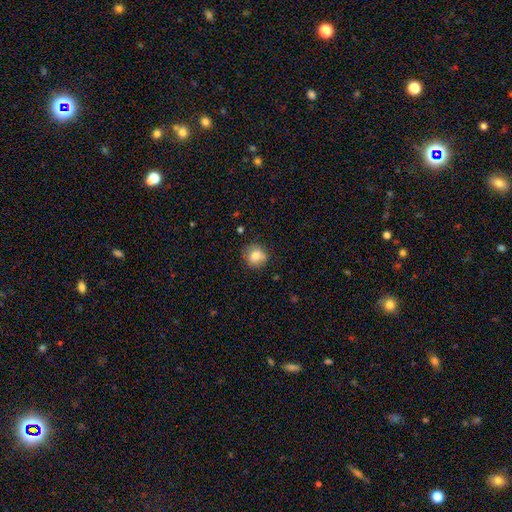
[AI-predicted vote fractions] Q: Smooth or featured?
A: smooth (78%); runner-up: featured or disk (12%)
Q: How rounded?
A: round (83%); runner-up: in between (16%)
Q: Merging?
A: none (76%); runner-up: minor disturbance (17%)